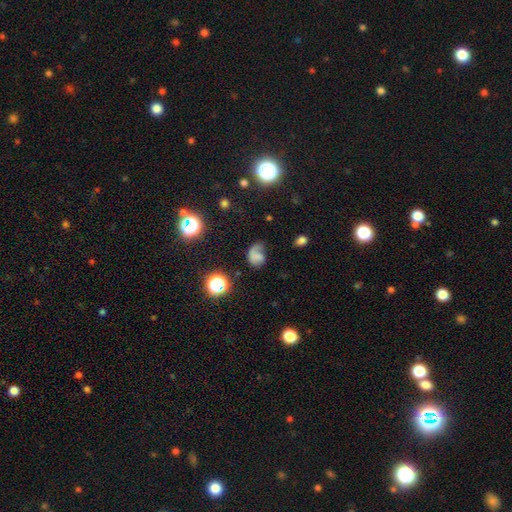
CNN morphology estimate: The model was most divided on "merging": none: 35%, major disturbance: 32%, minor disturbance: 29%, merger: 5%. More confident: how rounded — in between (60%); smooth or featured — smooth (52%).